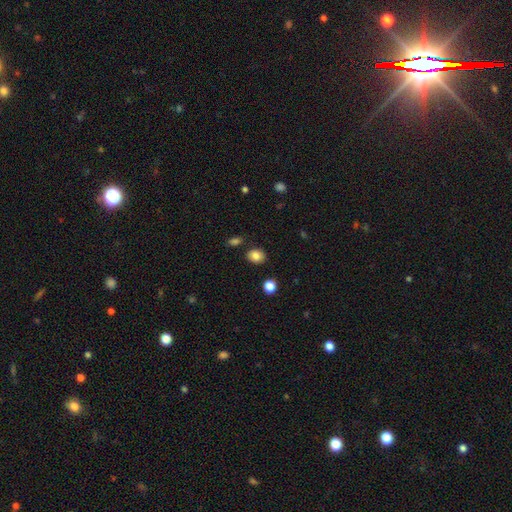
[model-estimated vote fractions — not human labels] Q: Smooth or featured?
A: smooth (84%); runner-up: star or artifact (10%)
Q: How rounded?
A: round (51%); runner-up: in between (48%)
Q: Merging?
A: none (85%); runner-up: minor disturbance (9%)